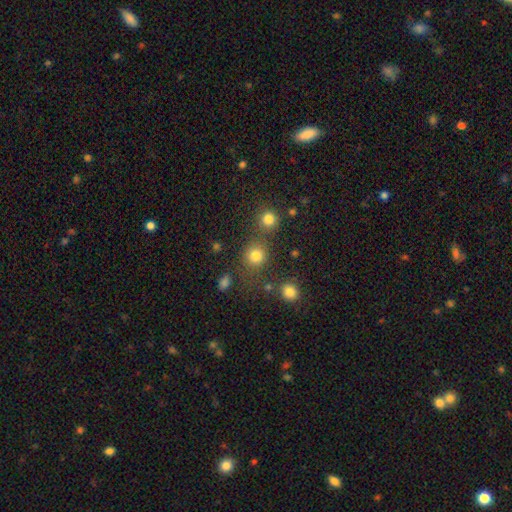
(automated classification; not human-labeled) Smooth or featured? smooth (80%)
How rounded? round (87%)
Merging? none (70%)